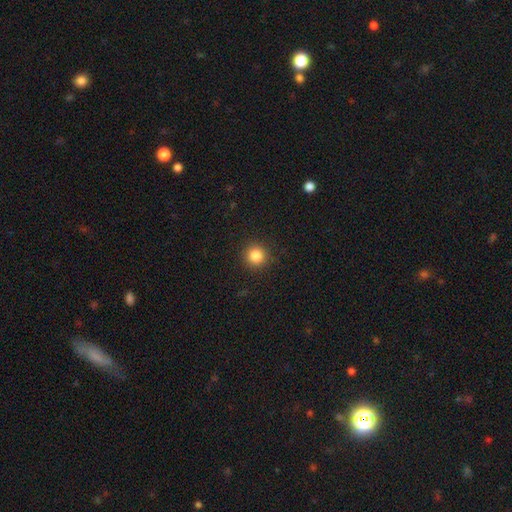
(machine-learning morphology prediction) Q: Smooth or featured?
A: smooth (84%); runner-up: star or artifact (11%)
Q: How rounded?
A: round (95%); runner-up: in between (4%)
Q: Merging?
A: none (91%); runner-up: minor disturbance (6%)